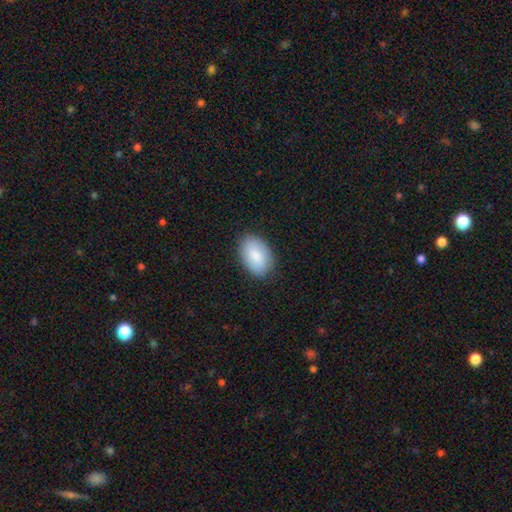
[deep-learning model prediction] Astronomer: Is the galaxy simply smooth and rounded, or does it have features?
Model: smooth — 86%.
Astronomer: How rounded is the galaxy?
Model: in between — 92%.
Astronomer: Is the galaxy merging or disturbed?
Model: none — 86%.